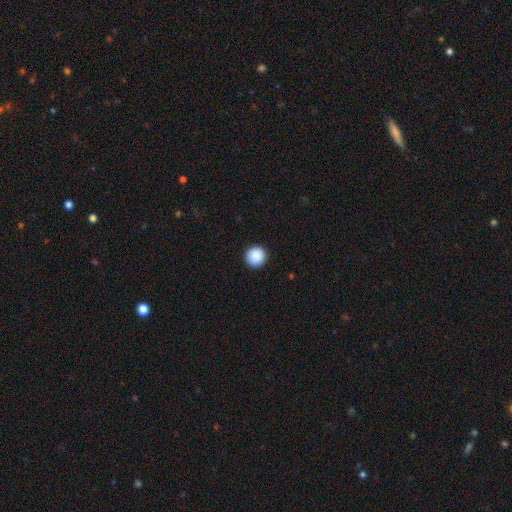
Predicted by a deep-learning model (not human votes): Overall: smooth (90%). How rounded: round (96%). Merging: none (93%).